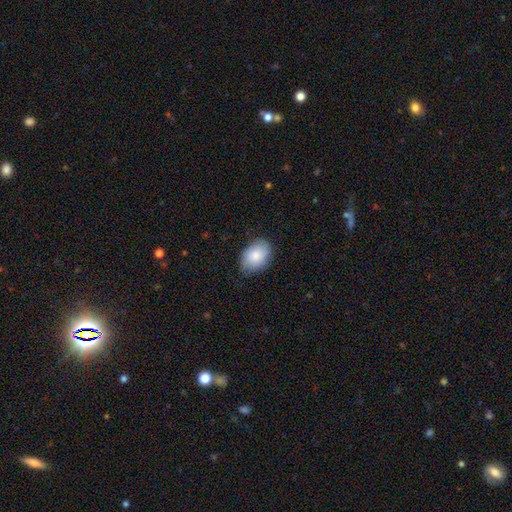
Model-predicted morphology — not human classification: Overall: smooth (83%). How rounded: in between (82%). Merging: none (75%).